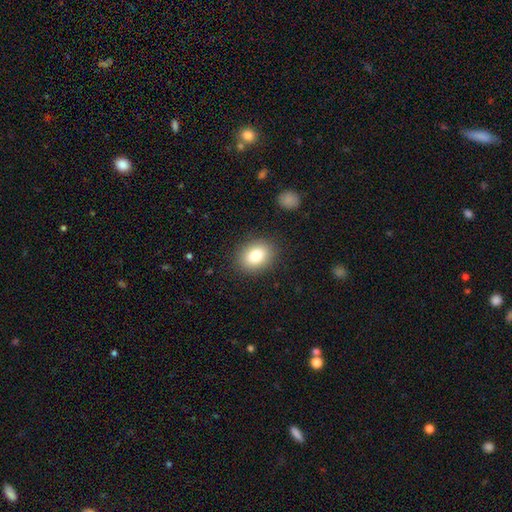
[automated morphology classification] This is clearly a smooth galaxy (81%). How rounded: possibly in between (52%). Merging: clearly none (87%).